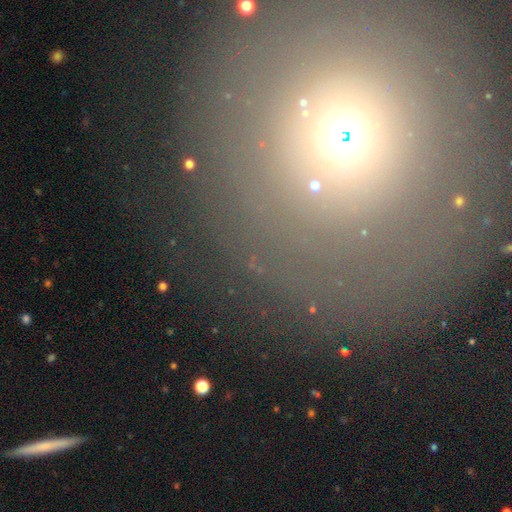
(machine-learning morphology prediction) This appears to be a star or artifact, not a galaxy (46%).